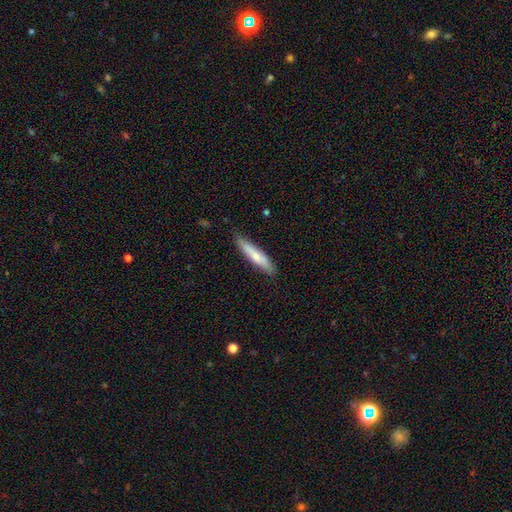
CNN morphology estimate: A smooth galaxy with no disk features (66%) that is cigar-shaped (86%). Merging: none (82%).